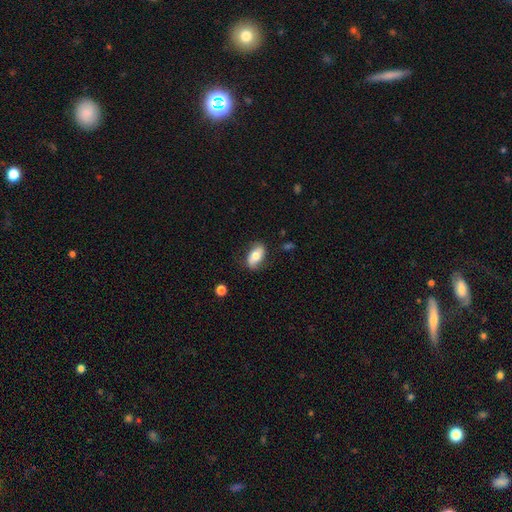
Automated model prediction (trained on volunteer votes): Q: Smooth or featured?
A: smooth (65%); runner-up: featured or disk (28%)
Q: How rounded?
A: in between (90%); runner-up: round (5%)
Q: Merging?
A: none (75%); runner-up: minor disturbance (18%)